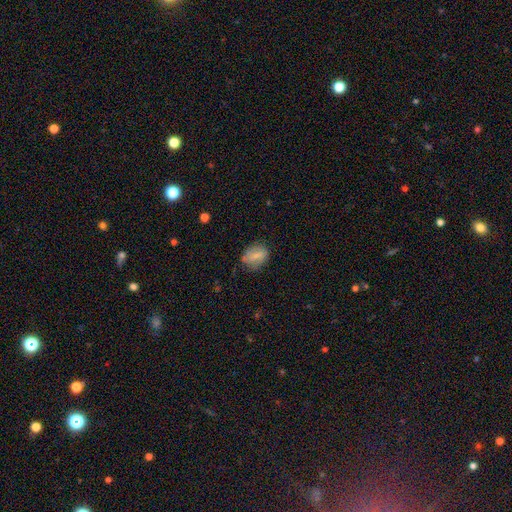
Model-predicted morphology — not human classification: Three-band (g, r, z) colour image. It shows a smooth galaxy with no disk features (64%) that is in between round and cigar-shaped (60%). Merging: none (68%).